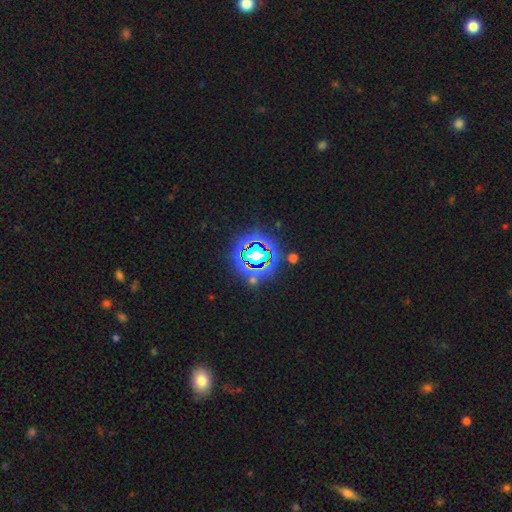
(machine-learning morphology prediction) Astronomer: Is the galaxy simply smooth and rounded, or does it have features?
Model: star or artifact — 63%.